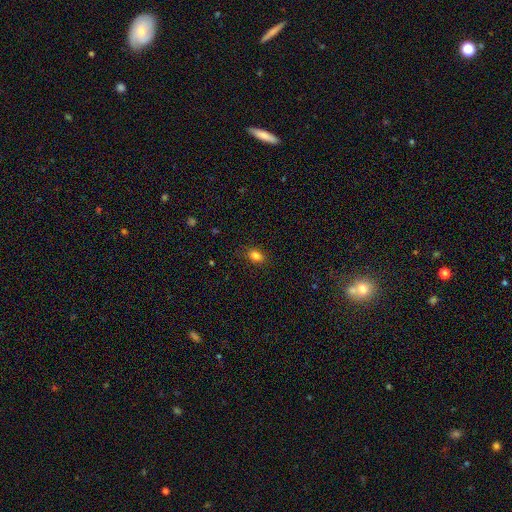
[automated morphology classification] Smooth or featured?
  - smooth: 83% *
  - star or artifact: 11%
  - featured or disk: 5%
How rounded?
  - in between: 74% *
  - round: 25%
  - cigar-shaped: 2%
Merging?
  - none: 84% *
  - minor disturbance: 12%
  - major disturbance: 3%
  - merger: 1%